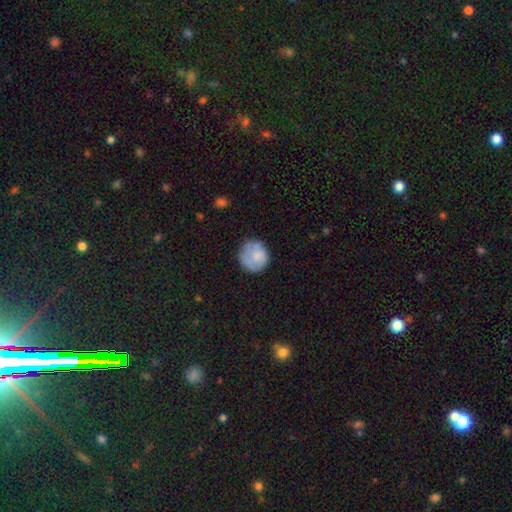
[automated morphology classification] Smooth or featured: smooth — 72% (featured or disk — 21%)
How rounded: round — 89% (in between — 10%)
Merging: none — 69% (minor disturbance — 21%)